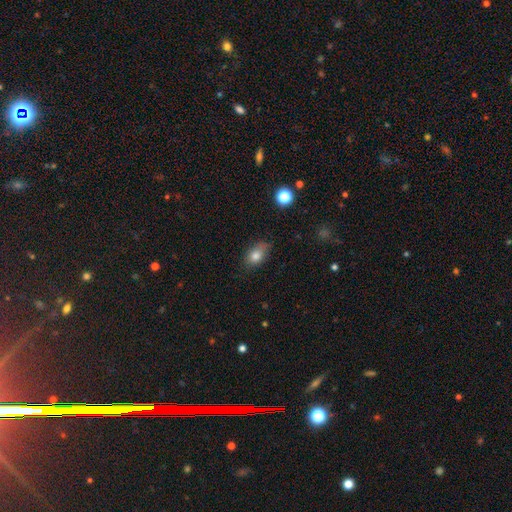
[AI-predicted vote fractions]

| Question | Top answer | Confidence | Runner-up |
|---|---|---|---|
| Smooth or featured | smooth | 80% | featured or disk (11%) |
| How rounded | in between | 85% | round (12%) |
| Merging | none | 67% | minor disturbance (26%) |